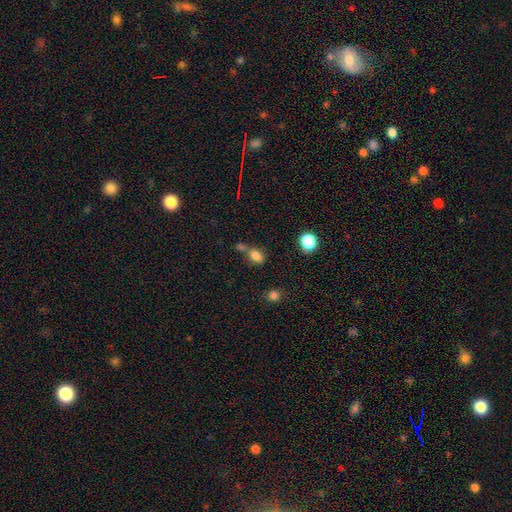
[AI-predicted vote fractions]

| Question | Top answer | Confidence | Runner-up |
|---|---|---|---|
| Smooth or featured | smooth | 80% | star or artifact (13%) |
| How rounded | in between | 70% | round (28%) |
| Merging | none | 46% | merger (35%) |